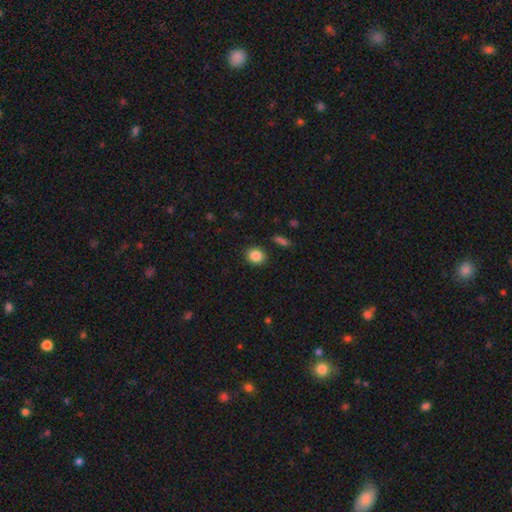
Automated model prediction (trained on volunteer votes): Smooth or featured?
  - smooth: 86% *
  - star or artifact: 9%
  - featured or disk: 5%
How rounded?
  - round: 75% *
  - in between: 24%
  - cigar-shaped: 1%
Merging?
  - none: 89% *
  - minor disturbance: 7%
  - major disturbance: 2%
  - merger: 2%